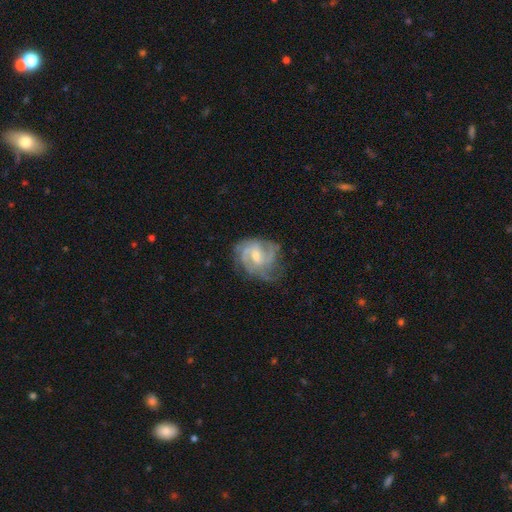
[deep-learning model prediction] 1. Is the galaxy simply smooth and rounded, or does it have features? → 83% featured or disk, 12% smooth, 6% star or artifact.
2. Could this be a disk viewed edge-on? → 98% no, 2% yes.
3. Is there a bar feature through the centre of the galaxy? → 50% weak, 40% no, 10% strong.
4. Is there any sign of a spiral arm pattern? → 94% yes, 6% no.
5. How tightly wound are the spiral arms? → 45% medium, 41% tight, 14% loose.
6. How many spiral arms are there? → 32% 3, 27% 2, 23% can't tell, 10% 4, 4% 1, 4% more than 4.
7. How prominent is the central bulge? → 47% moderate (tied), 47% small (tied), 2% none, 2% large, 1% dominant.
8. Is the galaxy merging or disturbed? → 59% none, 25% minor disturbance, 14% major disturbance, 2% merger.